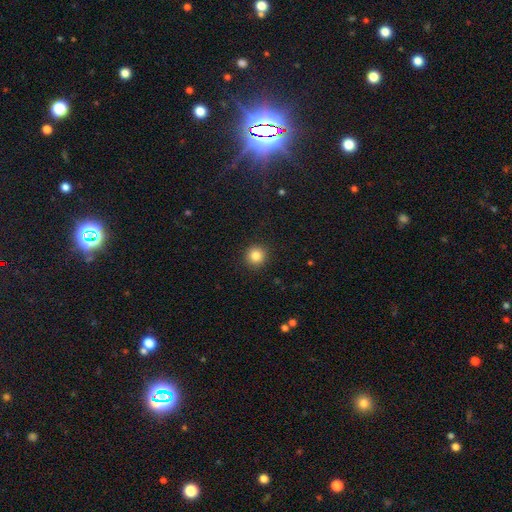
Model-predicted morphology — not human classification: smooth-or-featured: smooth: 84% | star or artifact: 11% | featured or disk: 5%
  how-rounded: round: 94% | in between: 5% | cigar-shaped: 1%
  merging: none: 92% | minor disturbance: 5% | major disturbance: 2% | merger: 1%